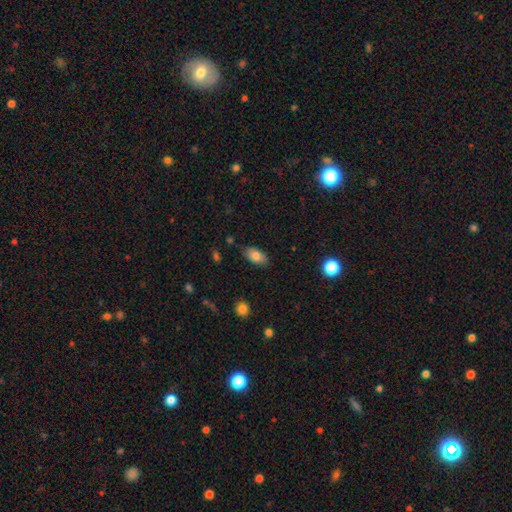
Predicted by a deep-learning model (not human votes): Smooth or featured: smooth — 81% (featured or disk — 12%)
How rounded: in between — 92% (round — 4%)
Merging: none — 81% (minor disturbance — 14%)